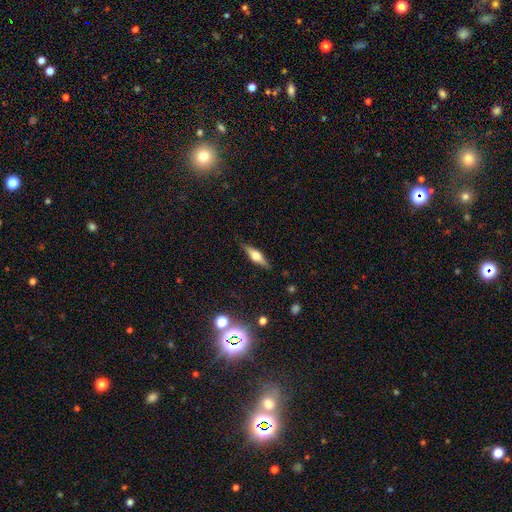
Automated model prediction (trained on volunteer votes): Smooth or featured? featured or disk (55%)
Edge-on disk? yes (94%)
Edge-on bulge? rounded (89%)
Merging? none (86%)